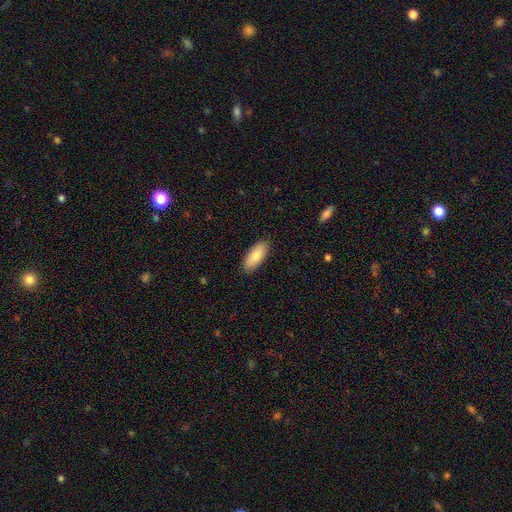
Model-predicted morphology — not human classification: Smooth or featured: smooth — 84% (featured or disk — 10%)
How rounded: in between — 83% (cigar-shaped — 16%)
Merging: none — 87% (minor disturbance — 10%)